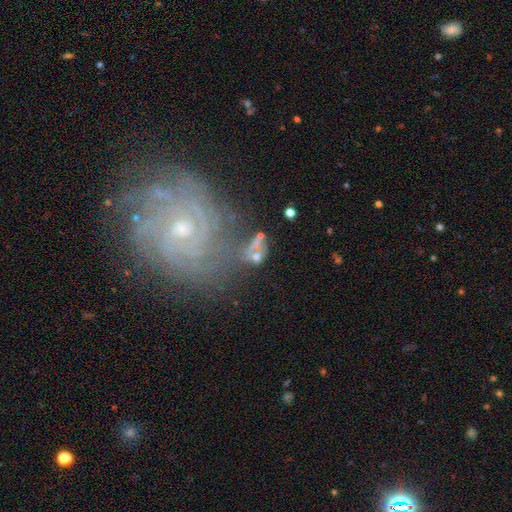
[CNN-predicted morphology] Overall: featured or disk (48%; smooth 32%). Merging: none (32%; merger 28%).